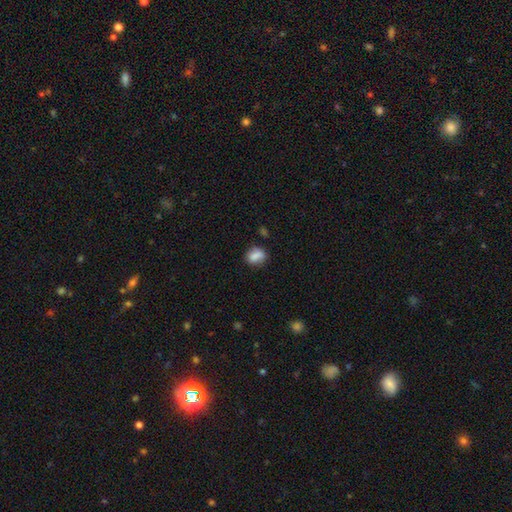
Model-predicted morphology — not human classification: This appears to be a smooth galaxy with no disk features (83%) that is in between round and cigar-shaped (63%). Merging: none (69%).